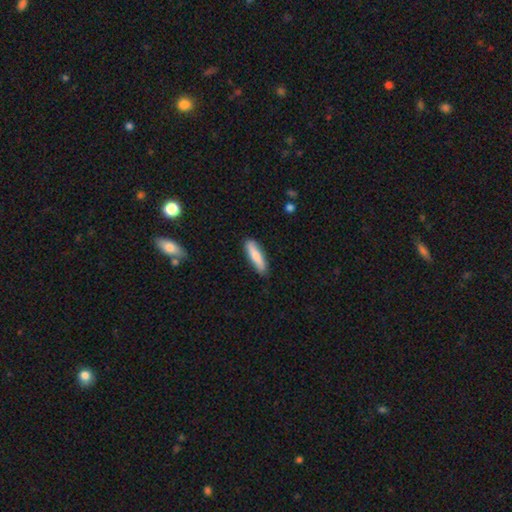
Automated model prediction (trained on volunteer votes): Morphology: type=smooth (74%); roundness=cigar-shaped (71%); merging=none (85%).